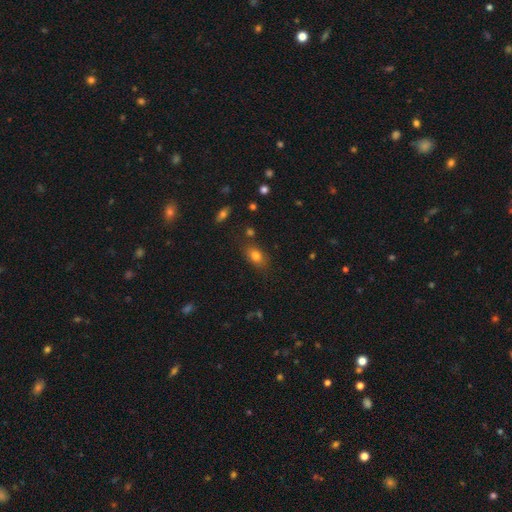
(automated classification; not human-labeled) Smooth or featured? smooth (79%)
How rounded? in between (79%)
Merging? none (77%)